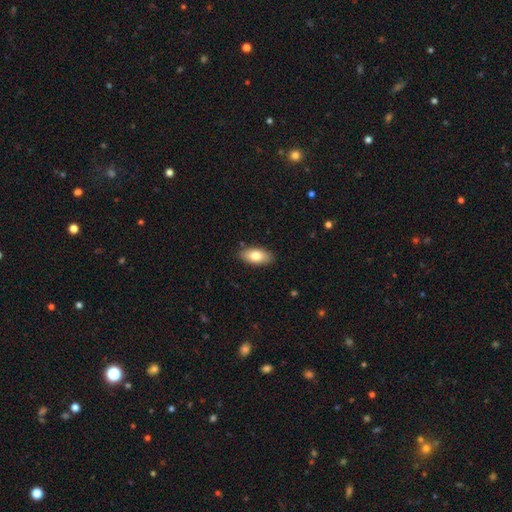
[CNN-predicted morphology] Smooth or featured? Predicted: smooth (p=0.78). How rounded? Predicted: in between (p=0.90). Merging? Predicted: none (p=0.87).